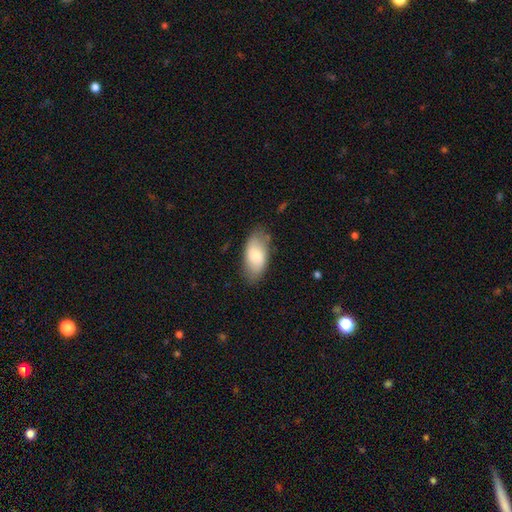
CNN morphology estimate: A smooth galaxy with no disk features (75%) that is in between round and cigar-shaped (93%).

Vote fractions:
- Smooth or featured? smooth: 75% / featured or disk: 19% / star or artifact: 6%
- How rounded? in between: 93% / cigar-shaped: 4% / round: 3%
- Merging? none: 75% / minor disturbance: 19% / major disturbance: 4% / merger: 1%